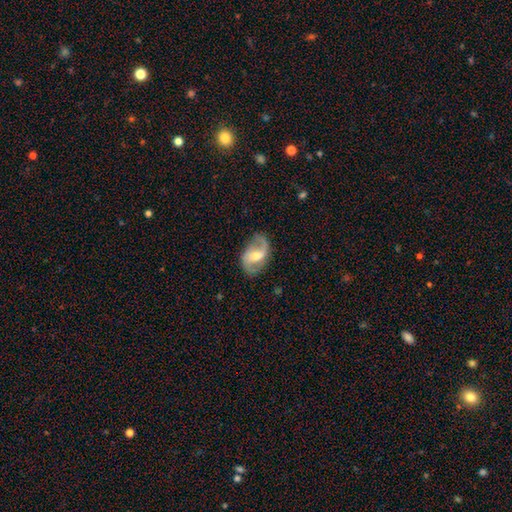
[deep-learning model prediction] The model was most divided on "spiral winding": loose: 51%, medium: 38%, tight: 11%. More confident: edge-on disk — no (97%); spiral arms — yes (92%); spiral arm count — 2 (88%); smooth or featured — featured or disk (79%); merging — none (76%); bulge size — moderate (63%); bar — weak (50%).